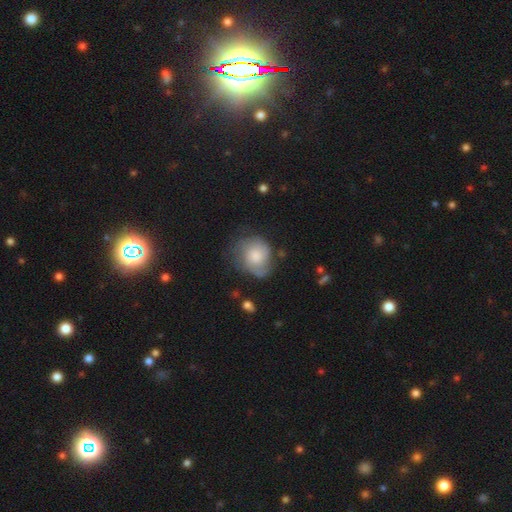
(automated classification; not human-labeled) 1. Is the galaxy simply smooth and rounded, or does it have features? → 51% smooth, 42% featured or disk, 8% star or artifact.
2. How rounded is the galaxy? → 65% round, 34% in between, 1% cigar-shaped.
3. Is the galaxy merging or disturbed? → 51% none, 29% minor disturbance, 18% major disturbance, 3% merger.